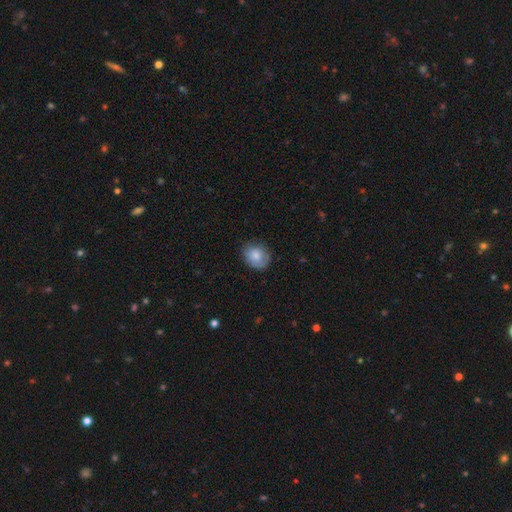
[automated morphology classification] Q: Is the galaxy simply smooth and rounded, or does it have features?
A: smooth — 82%.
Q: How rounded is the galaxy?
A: round — 57%.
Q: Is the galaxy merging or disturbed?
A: none — 76%.